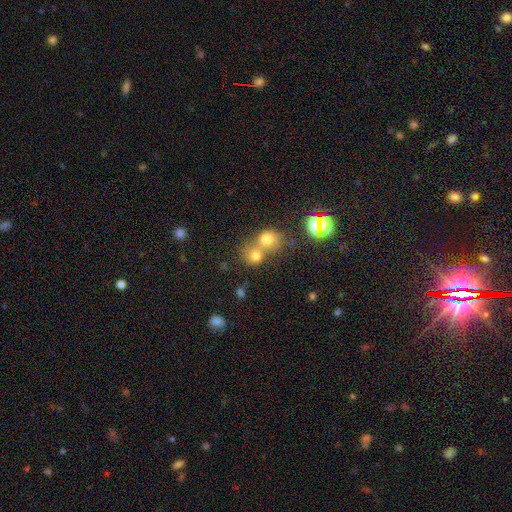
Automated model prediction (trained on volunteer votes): smooth_or_featured: smooth (p=0.71) [alt: star or artifact p=0.18]
how_rounded: round (p=0.78) [alt: in between p=0.20]
merging: merger (p=0.57) [alt: none p=0.35]